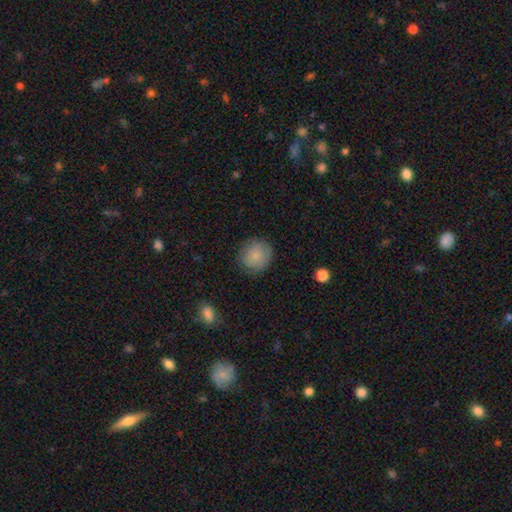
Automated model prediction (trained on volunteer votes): This appears to be a smooth galaxy with no disk features (81%) that is round (89%). Merging: none (81%).